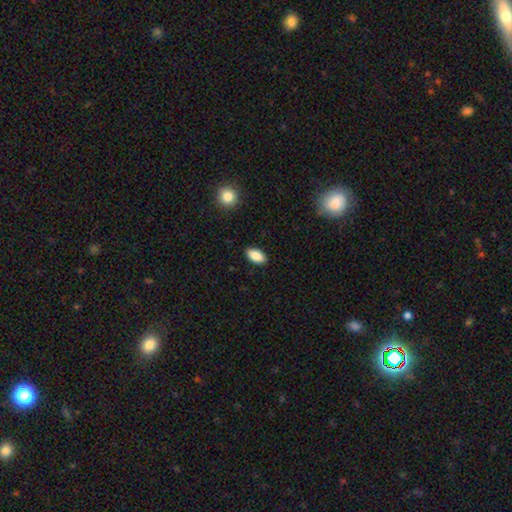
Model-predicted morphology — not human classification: Q: Smooth or featured?
A: smooth (86%); runner-up: star or artifact (7%)
Q: How rounded?
A: in between (92%); runner-up: cigar-shaped (4%)
Q: Merging?
A: none (89%); runner-up: minor disturbance (8%)